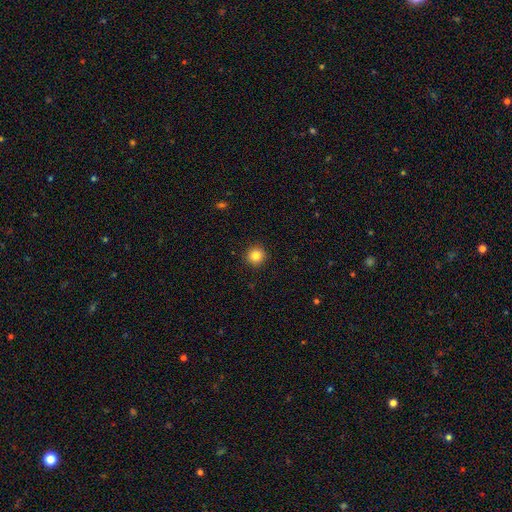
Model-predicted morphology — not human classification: A smooth galaxy with no disk features (84%) that is round (94%). Merging: none (93%).